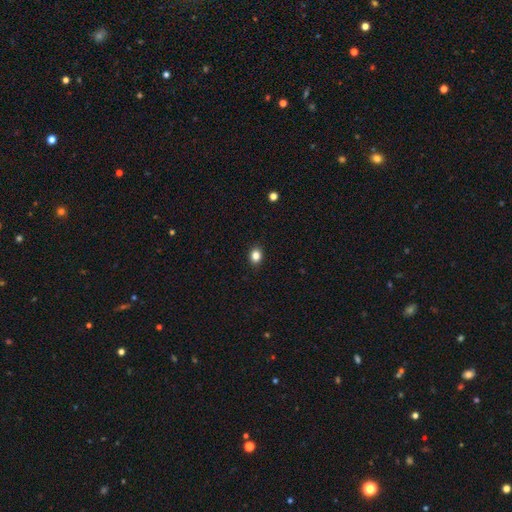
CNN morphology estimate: A smooth galaxy with no disk features (84%) that is in between round and cigar-shaped (50%).

Vote fractions:
- Smooth or featured? smooth: 84% / star or artifact: 11% / featured or disk: 5%
- How rounded? in between: 50% / round: 49% / cigar-shaped: 1%
- Merging? none: 90% / minor disturbance: 7% / major disturbance: 2% / merger: 1%